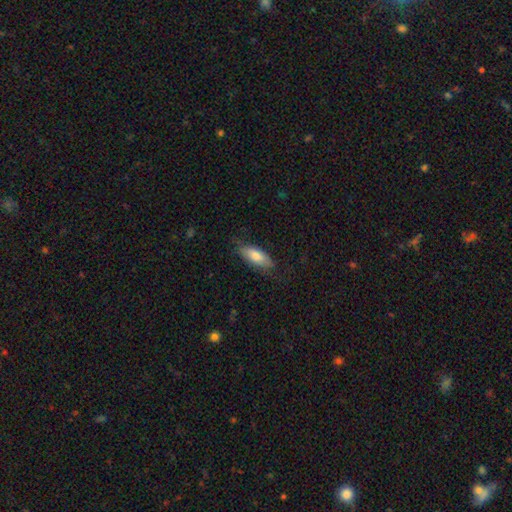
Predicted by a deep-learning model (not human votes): smooth_or_featured: smooth (p=0.76) [alt: featured or disk p=0.19]
how_rounded: in between (p=0.75) [alt: cigar-shaped p=0.23]
merging: none (p=0.75) [alt: minor disturbance p=0.19]